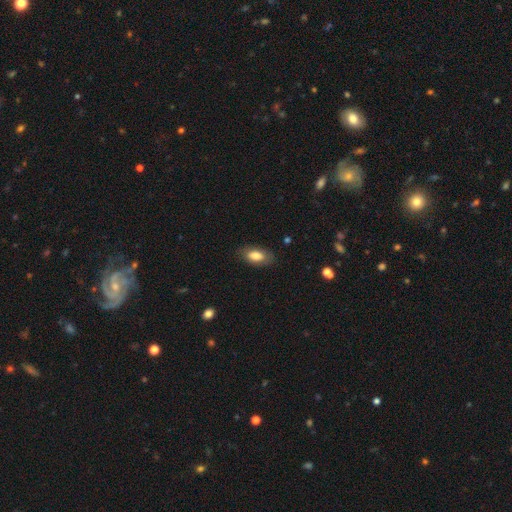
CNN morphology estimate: Smooth or featured?
  - smooth: 80% *
  - featured or disk: 13%
  - star or artifact: 7%
How rounded?
  - in between: 91% *
  - cigar-shaped: 5%
  - round: 4%
Merging?
  - none: 81% *
  - minor disturbance: 14%
  - major disturbance: 4%
  - merger: 1%